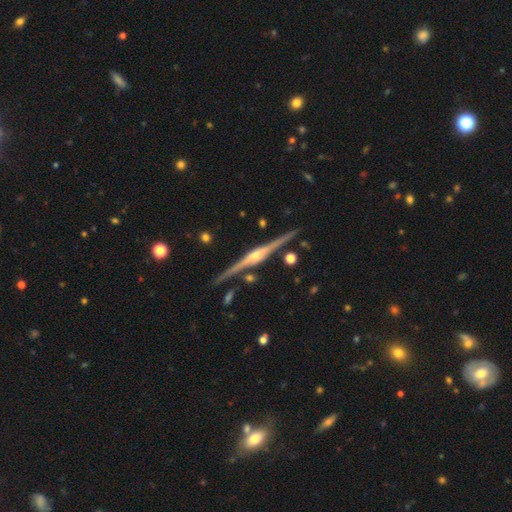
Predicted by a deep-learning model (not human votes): A featured or disk galaxy (90%) viewed edge-on (99%) with a rounded central bulge (88%). Merging: none (89%).